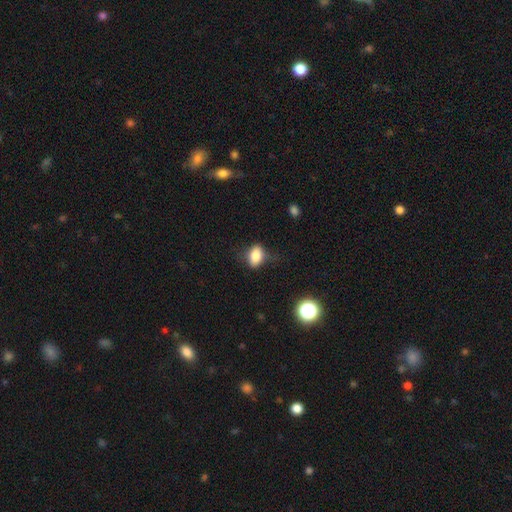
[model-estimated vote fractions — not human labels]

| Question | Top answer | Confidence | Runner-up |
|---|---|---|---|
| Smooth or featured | smooth | 80% | featured or disk (11%) |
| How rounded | in between | 77% | round (21%) |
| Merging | none | 65% | minor disturbance (24%) |